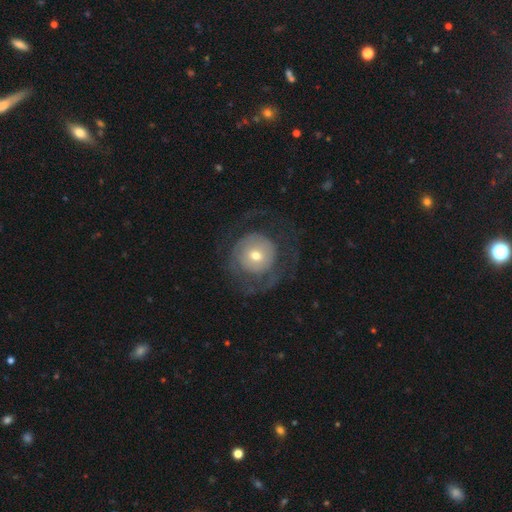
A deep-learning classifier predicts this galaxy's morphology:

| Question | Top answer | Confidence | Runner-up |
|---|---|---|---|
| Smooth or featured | featured or disk | 54% | smooth (38%) |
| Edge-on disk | no | 96% | yes (4%) |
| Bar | no | 79% | weak (17%) |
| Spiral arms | yes | 51% | no (49%) |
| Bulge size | moderate | 49% | small (43%) |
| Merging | none | 54% | major disturbance (30%) |